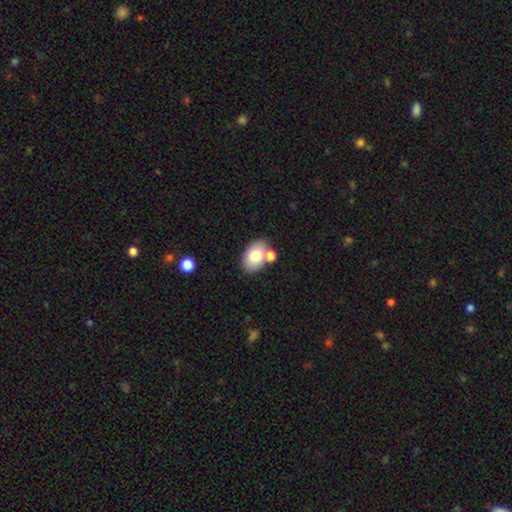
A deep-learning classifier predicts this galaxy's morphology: smooth 76%, featured or disk 16%, star or artifact 8%. Down the decision tree: how rounded — in between (83%); merging — none (65%).